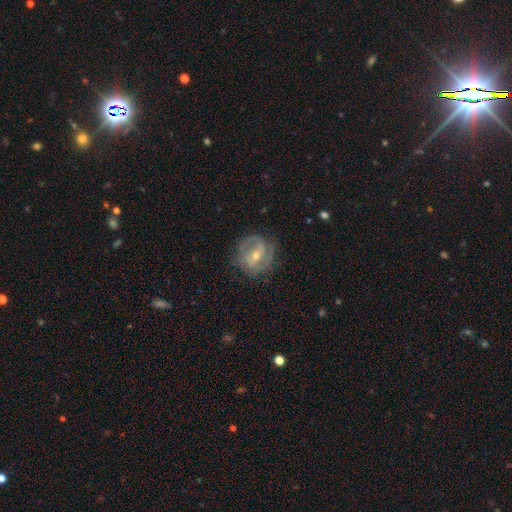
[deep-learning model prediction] This is clearly a featured or disk galaxy (82%). It is clearly not viewed edge-on (97%). Bar: possibly weak (46%). Spiral arm pattern: clearly yes (91%). Spiral arm count: possibly 2 (57%). Spiral winding: possibly tight (45%). Central bulge: possibly small (49%). Merging: likely none (74%).